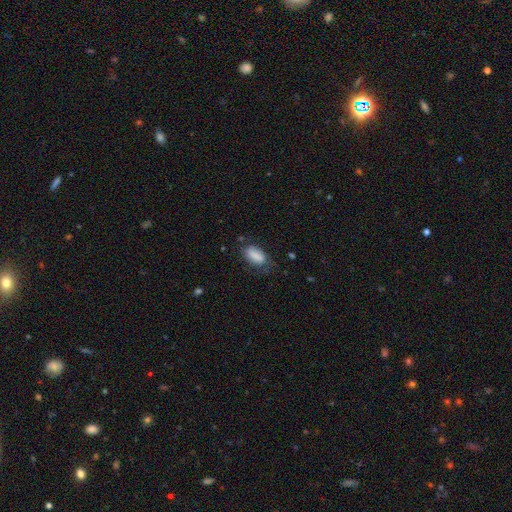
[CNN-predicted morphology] Smooth or featured? Predicted: smooth (p=0.82). How rounded? Predicted: in between (p=0.90). Merging? Predicted: none (p=0.59).